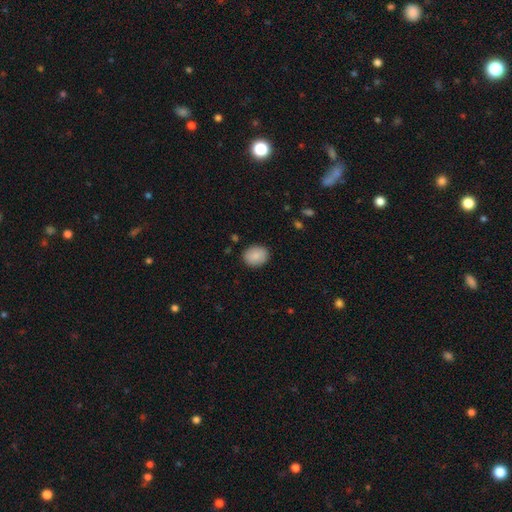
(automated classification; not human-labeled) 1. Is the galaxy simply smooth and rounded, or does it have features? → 88% smooth, 7% star or artifact, 5% featured or disk.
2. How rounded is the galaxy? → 55% round, 44% in between, 1% cigar-shaped.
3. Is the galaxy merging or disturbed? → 88% none, 9% minor disturbance, 2% major disturbance, 1% merger.